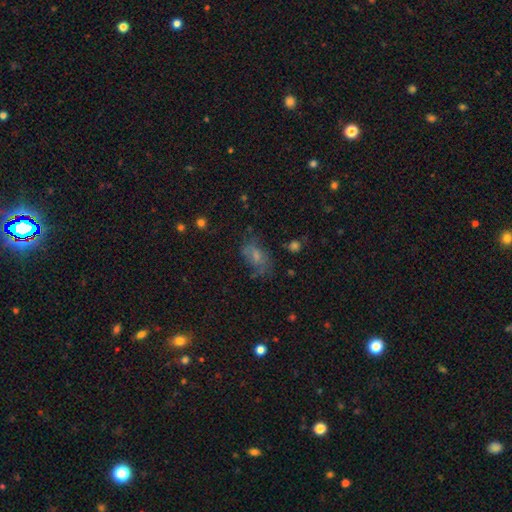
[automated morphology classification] This appears to be a smooth galaxy with no disk features (50%) that is in between round and cigar-shaped (85%). Merging: none (52%).